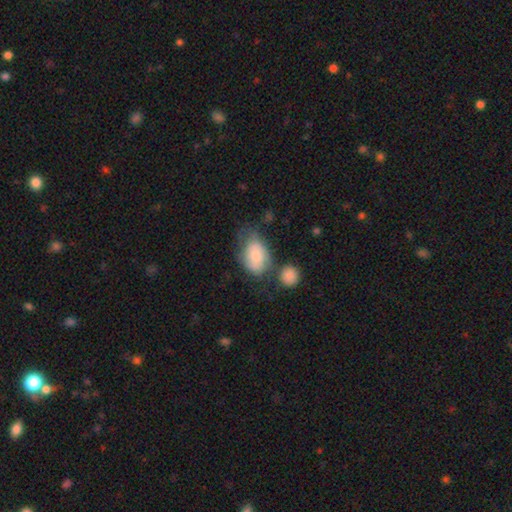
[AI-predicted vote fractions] This appears to be a smooth galaxy with no disk features (66%) that is in between round and cigar-shaped (79%). Merging: none (38%).